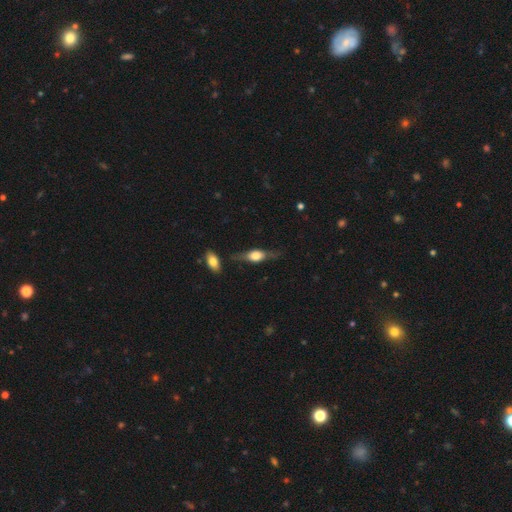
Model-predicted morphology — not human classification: smooth_or_featured: featured or disk (p=0.53) [alt: smooth p=0.40]
disk_edge_on: yes (p=0.86) [alt: no p=0.14]
merging: none (p=0.67) [alt: minor disturbance p=0.20]